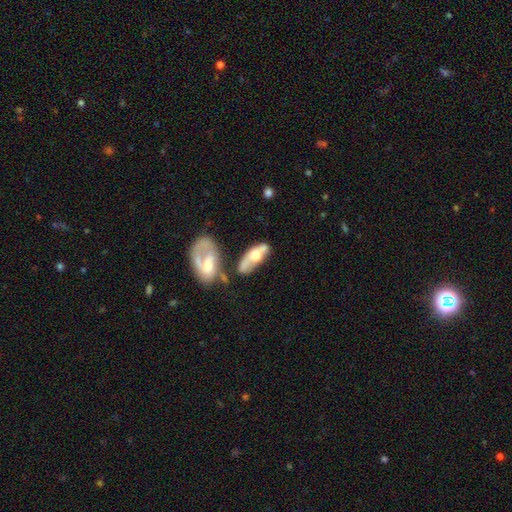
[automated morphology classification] smooth-or-featured: featured or disk: 50% | smooth: 44% | star or artifact: 6%
  merging: none: 32% | merger: 30% | minor disturbance: 21% | major disturbance: 18%